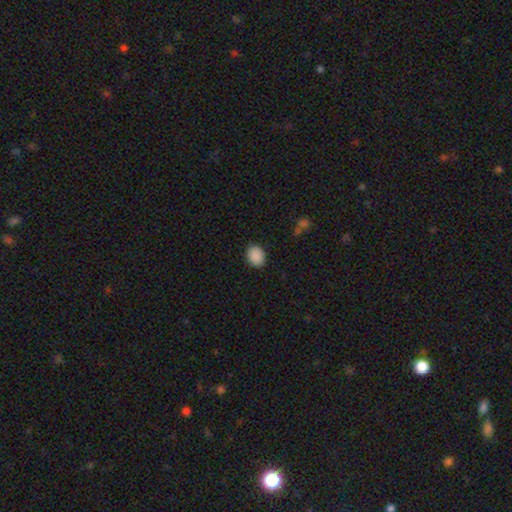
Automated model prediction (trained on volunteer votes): smooth-or-featured: smooth: 90% | star or artifact: 8% | featured or disk: 2%
  how-rounded: in between: 52% | round: 47% | cigar-shaped: 1%
  merging: none: 89% | minor disturbance: 8% | major disturbance: 2% | merger: 1%